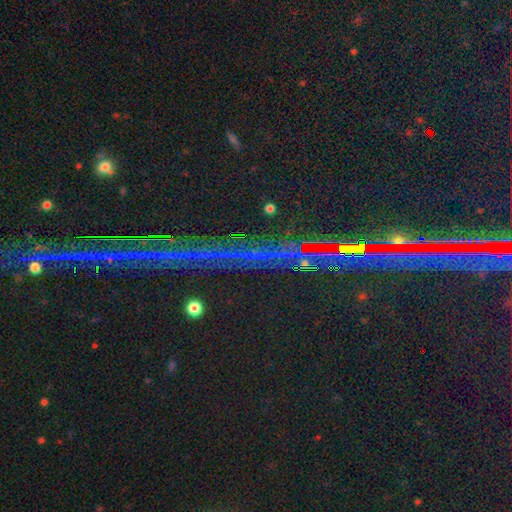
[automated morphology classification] The model was most divided on "smooth or featured": star or artifact: 88%, featured or disk: 7%, smooth: 6%.